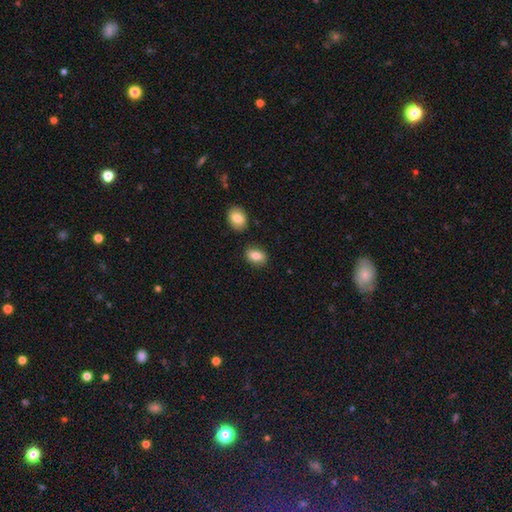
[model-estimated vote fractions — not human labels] Smooth or featured: smooth — 83% (featured or disk — 9%)
How rounded: in between — 82% (round — 16%)
Merging: none — 83% (minor disturbance — 10%)